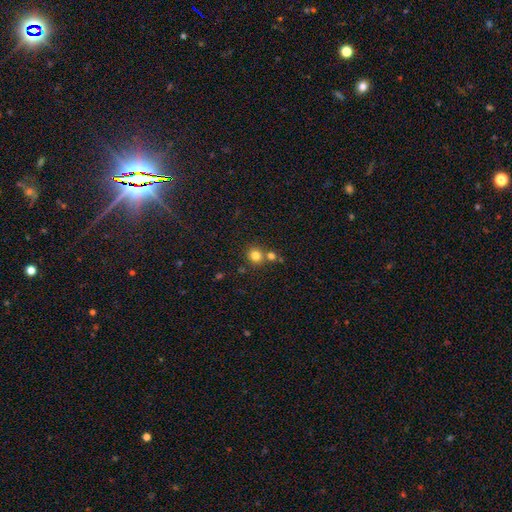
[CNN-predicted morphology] smooth 80%, star or artifact 13%, featured or disk 7%. Down the decision tree: how rounded — round (88%); merging — none (64%).